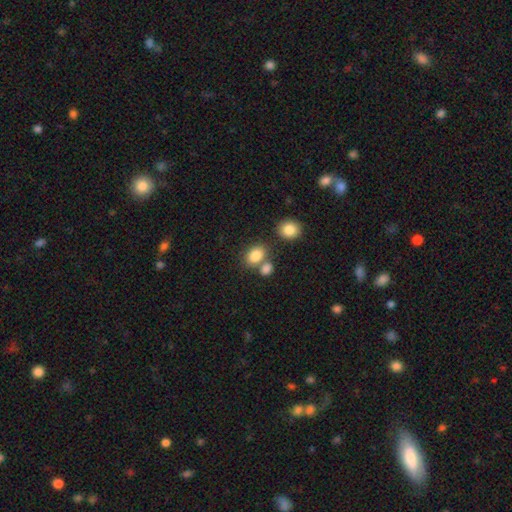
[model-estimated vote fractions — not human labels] This appears to be a smooth galaxy with no disk features (84%) that is in between round and cigar-shaped (69%). Merging: none (55%).